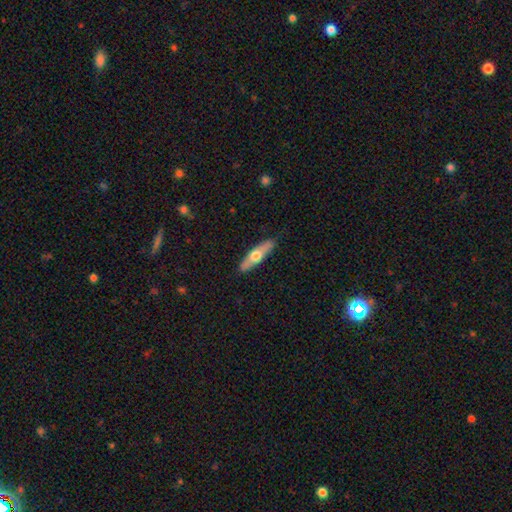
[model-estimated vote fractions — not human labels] A smooth galaxy with no disk features (50%) that is cigar-shaped (70%).

Vote fractions:
- Smooth or featured? smooth: 50% / featured or disk: 45% / star or artifact: 5%
- How rounded? cigar-shaped: 70% / in between: 28% / round: 2%
- Merging? none: 88% / minor disturbance: 9% / major disturbance: 2% / merger: 1%